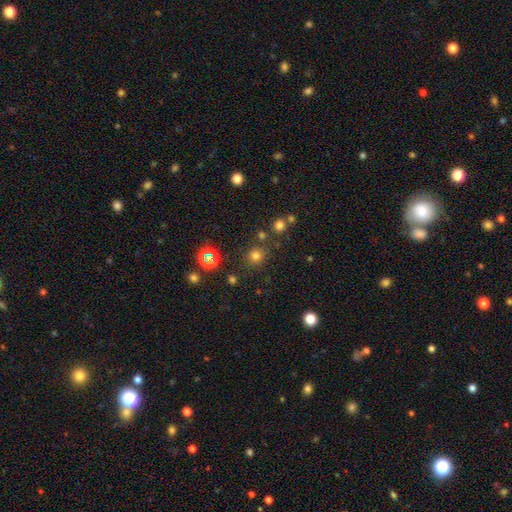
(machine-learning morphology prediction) A smooth galaxy with no disk features (70%) that is round (89%). Merging: none (82%).